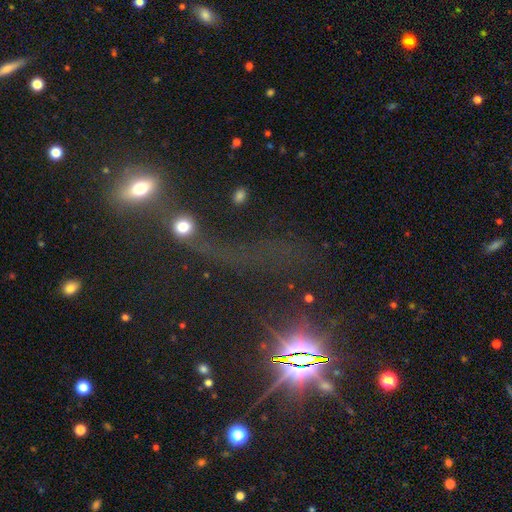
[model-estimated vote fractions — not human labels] Overall: star or artifact (52%; smooth 27%).